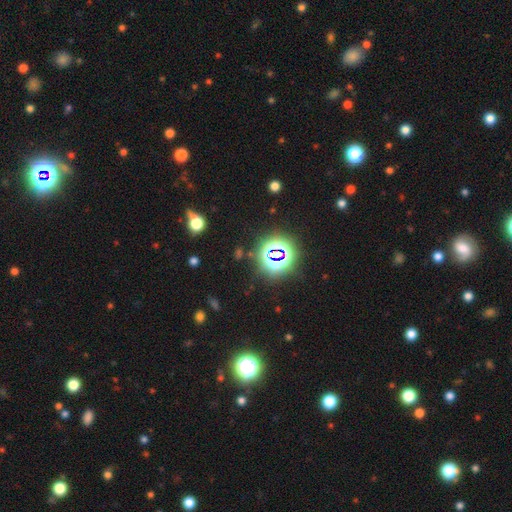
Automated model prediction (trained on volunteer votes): Morphology: type=star or artifact (81%).